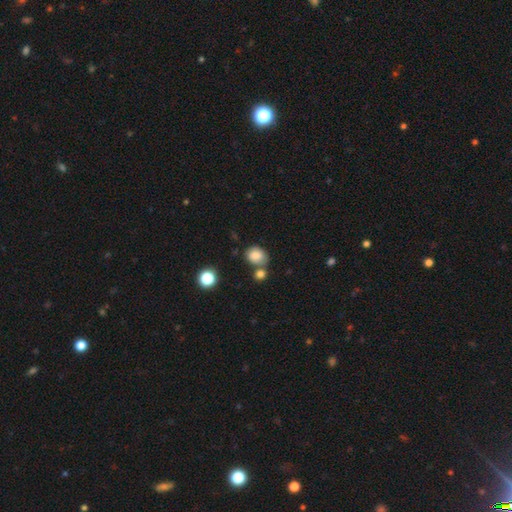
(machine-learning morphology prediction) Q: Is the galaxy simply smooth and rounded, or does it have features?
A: smooth — 83%.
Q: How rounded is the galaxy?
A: round — 57%.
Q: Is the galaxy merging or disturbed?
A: none — 60%.